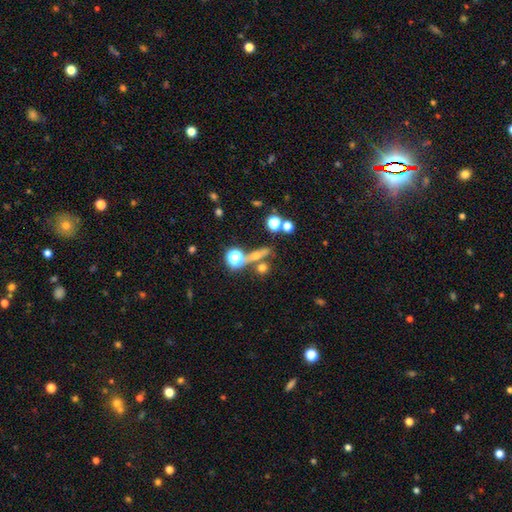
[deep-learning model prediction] smooth 39%, star or artifact 33%, featured or disk 28%. Down the decision tree: merging — none (61%).